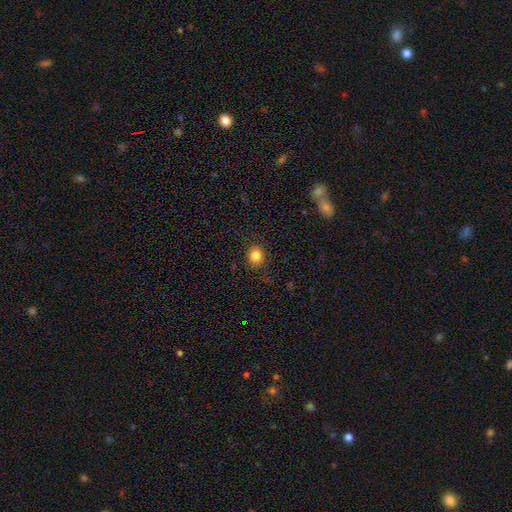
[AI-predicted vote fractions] Q: Smooth or featured?
A: smooth (84%); runner-up: star or artifact (11%)
Q: How rounded?
A: round (73%); runner-up: in between (26%)
Q: Merging?
A: none (86%); runner-up: minor disturbance (10%)